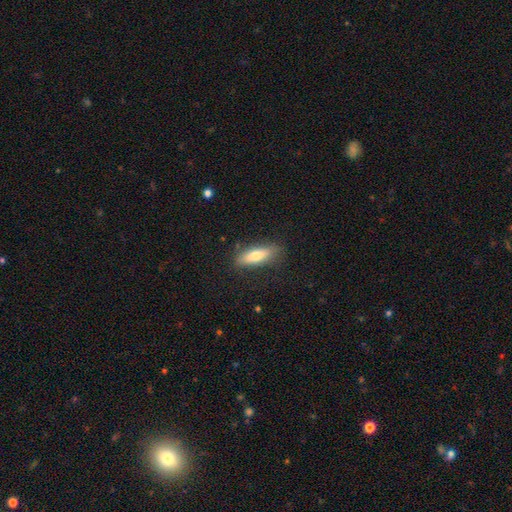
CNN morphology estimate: A smooth galaxy with no disk features (69%) that is in between round and cigar-shaped (50%).

Vote fractions:
- Smooth or featured? smooth: 69% / featured or disk: 24% / star or artifact: 6%
- How rounded? in between: 50% / cigar-shaped: 48% / round: 2%
- Merging? none: 81% / minor disturbance: 14% / major disturbance: 3% / merger: 2%